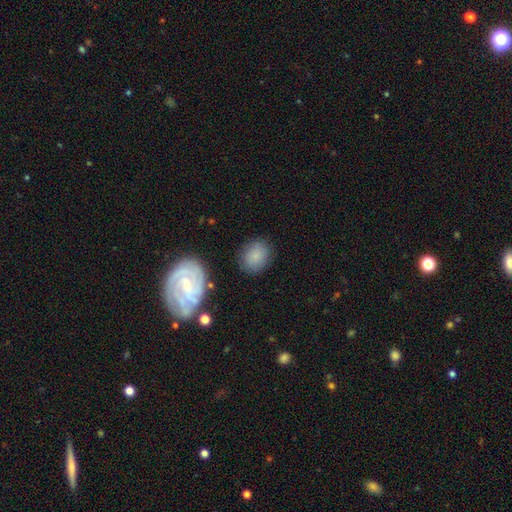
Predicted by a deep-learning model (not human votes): This is likely a smooth galaxy (79%). How rounded: possibly round (55%). Merging: clearly none (82%).